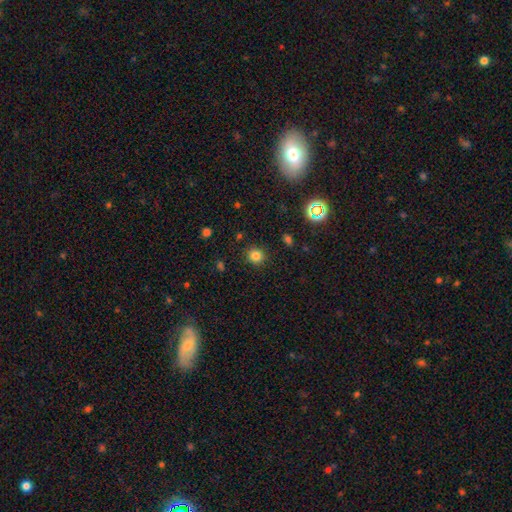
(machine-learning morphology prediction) smooth_or_featured: smooth (p=0.81) [alt: star or artifact p=0.14]
how_rounded: round (p=0.90) [alt: in between p=0.09]
merging: none (p=0.89) [alt: minor disturbance p=0.07]